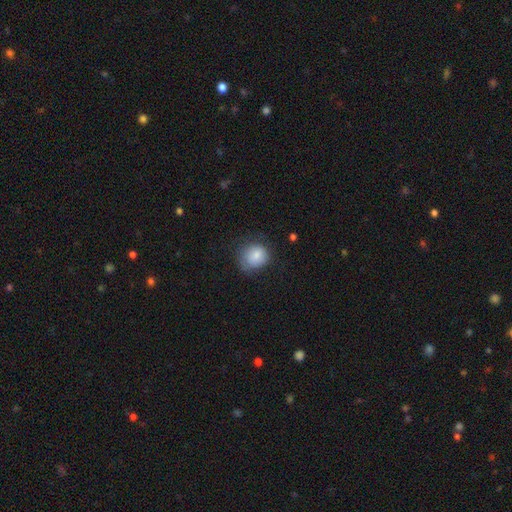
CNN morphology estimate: The model was most divided on "merging": none: 61%, minor disturbance: 27%, major disturbance: 11%, merger: 1%. More confident: smooth or featured — smooth (80%); how rounded — round (77%).